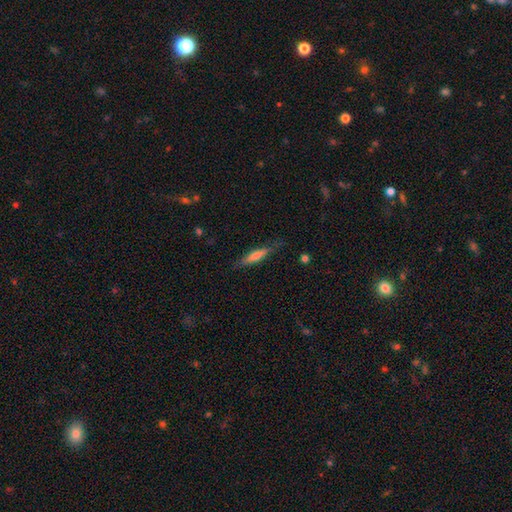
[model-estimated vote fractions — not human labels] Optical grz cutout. It shows a smooth galaxy with no disk features (62%) that is cigar-shaped (85%). Merging: none (77%).